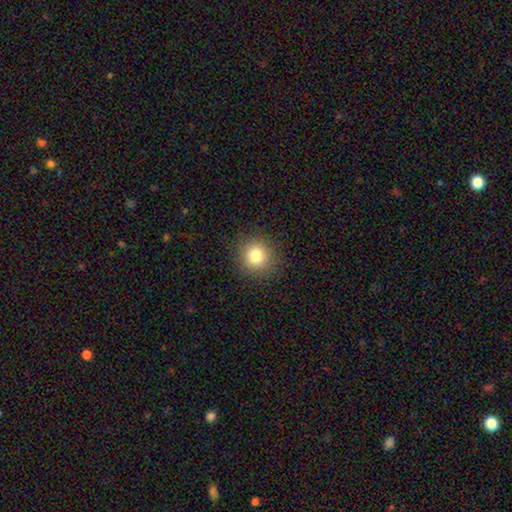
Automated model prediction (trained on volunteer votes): smooth-or-featured: smooth: 81% | star or artifact: 12% | featured or disk: 7%
  how-rounded: round: 91% | in between: 8% | cigar-shaped: 1%
  merging: none: 90% | minor disturbance: 7% | major disturbance: 3% | merger: 1%